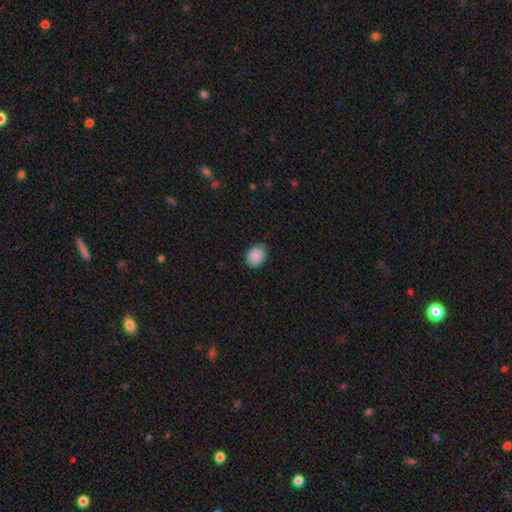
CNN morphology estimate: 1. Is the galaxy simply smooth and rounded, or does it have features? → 88% smooth, 8% star or artifact, 5% featured or disk.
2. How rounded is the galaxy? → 52% round, 47% in between, 1% cigar-shaped.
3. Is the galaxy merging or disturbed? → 81% none, 16% minor disturbance, 2% major disturbance, 1% merger.